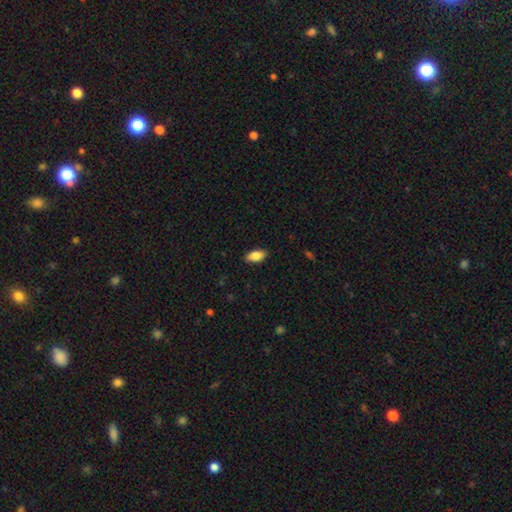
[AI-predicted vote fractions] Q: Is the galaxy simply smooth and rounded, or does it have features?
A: smooth — 86%.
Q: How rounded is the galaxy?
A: in between — 91%.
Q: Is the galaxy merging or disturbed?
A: none — 88%.